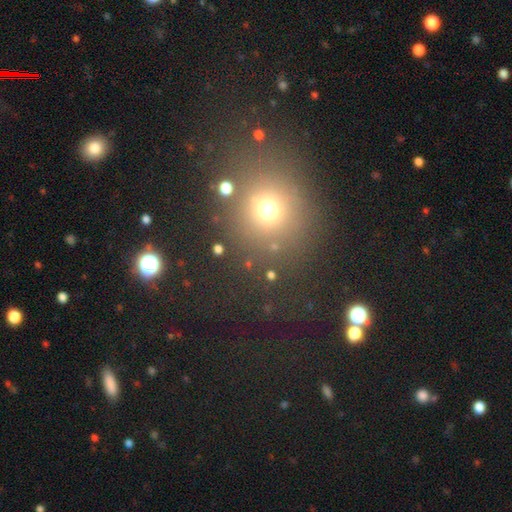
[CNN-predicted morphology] Smooth or featured?
  - smooth: 56% *
  - star or artifact: 35%
  - featured or disk: 8%
How rounded?
  - round: 81% *
  - in between: 17%
  - cigar-shaped: 1%
Merging?
  - none: 82% *
  - minor disturbance: 9%
  - major disturbance: 5%
  - merger: 4%